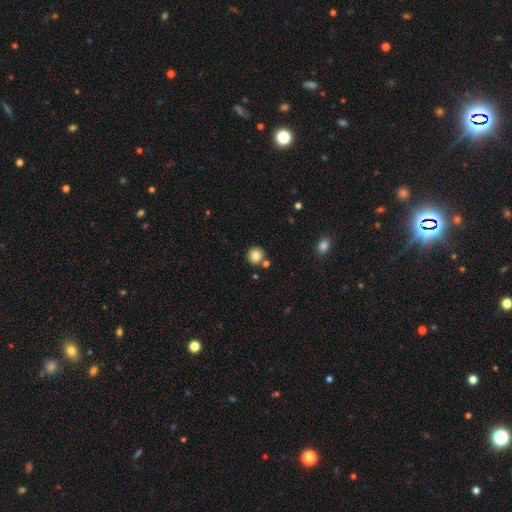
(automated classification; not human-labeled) A smooth galaxy with no disk features (83%) that is round (92%).

Vote fractions:
- Smooth or featured? smooth: 83% / star or artifact: 10% / featured or disk: 7%
- How rounded? round: 92% / in between: 7% / cigar-shaped: 1%
- Merging? none: 80% / merger: 10% / minor disturbance: 8% / major disturbance: 2%